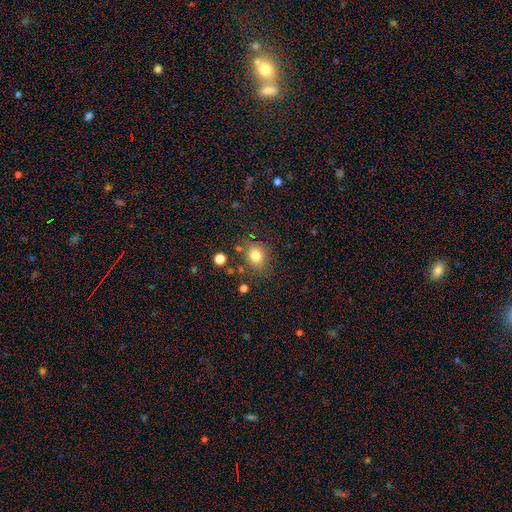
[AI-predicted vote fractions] smooth-or-featured: smooth: 79% | star or artifact: 12% | featured or disk: 9%
  how-rounded: round: 61% | in between: 38% | cigar-shaped: 1%
  merging: none: 77% | minor disturbance: 14% | merger: 5% | major disturbance: 5%